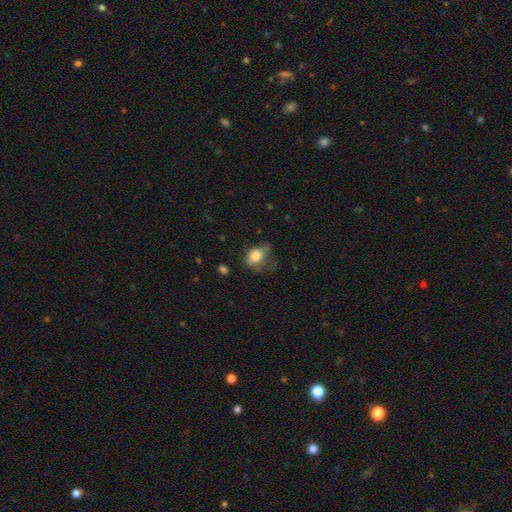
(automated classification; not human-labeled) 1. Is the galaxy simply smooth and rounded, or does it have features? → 70% smooth, 20% featured or disk, 10% star or artifact.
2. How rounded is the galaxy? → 64% in between, 34% round, 2% cigar-shaped.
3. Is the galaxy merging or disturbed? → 42% major disturbance, 29% minor disturbance, 26% none, 3% merger.